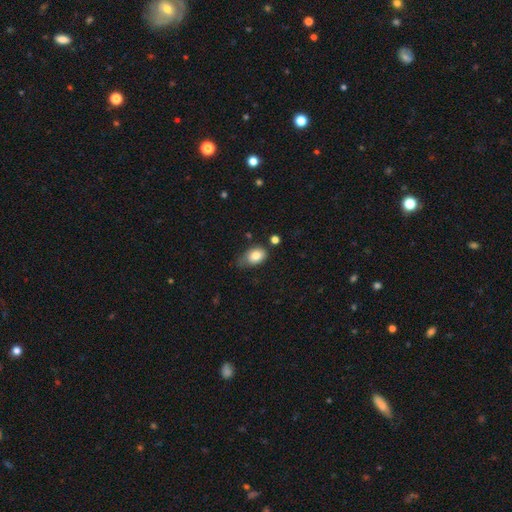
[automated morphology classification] Smooth or featured?
  - smooth: 81% *
  - featured or disk: 11%
  - star or artifact: 8%
How rounded?
  - in between: 82% *
  - round: 16%
  - cigar-shaped: 1%
Merging?
  - none: 42% *
  - minor disturbance: 41%
  - major disturbance: 12%
  - merger: 5%